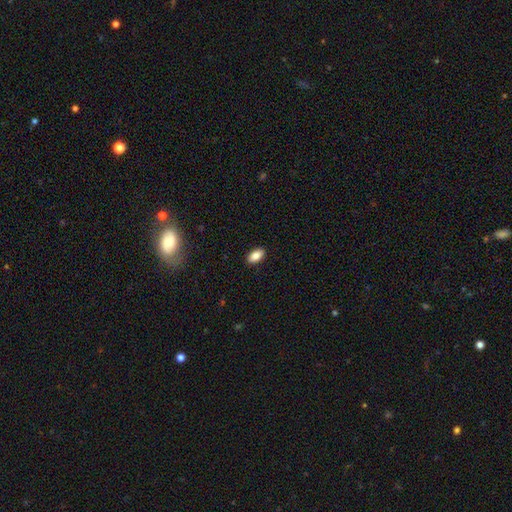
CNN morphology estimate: The model was most divided on "smooth or featured": smooth: 86%, star or artifact: 8%, featured or disk: 7%. More confident: how rounded — in between (92%); merging — none (90%).